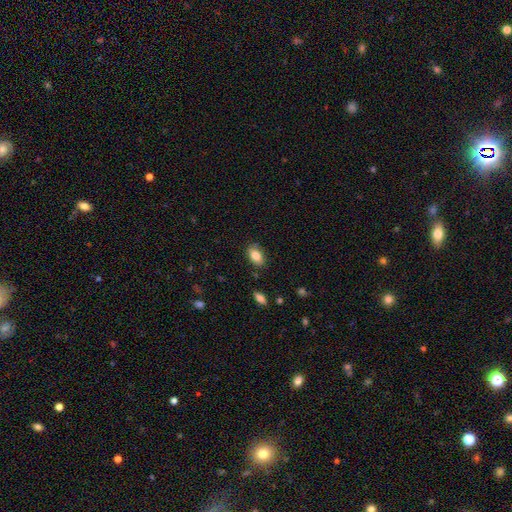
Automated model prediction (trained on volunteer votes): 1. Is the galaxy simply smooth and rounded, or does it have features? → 83% smooth, 9% featured or disk, 8% star or artifact.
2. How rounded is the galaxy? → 90% in between, 7% round, 3% cigar-shaped.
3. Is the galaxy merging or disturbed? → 84% none, 12% minor disturbance, 3% major disturbance, 2% merger.